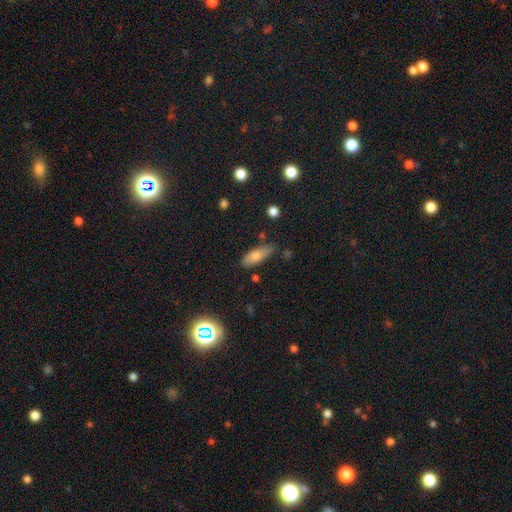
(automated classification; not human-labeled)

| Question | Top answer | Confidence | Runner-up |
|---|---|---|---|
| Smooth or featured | smooth | 76% | featured or disk (15%) |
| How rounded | in between | 66% | cigar-shaped (31%) |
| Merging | none | 70% | minor disturbance (21%) |